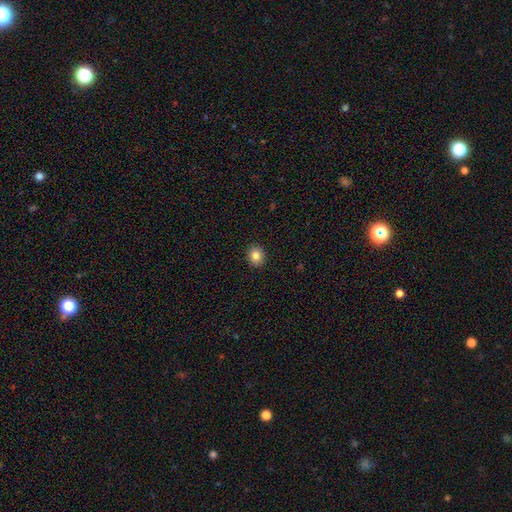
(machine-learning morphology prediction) Smooth or featured?
  - smooth: 83% *
  - star or artifact: 10%
  - featured or disk: 7%
How rounded?
  - round: 72% *
  - in between: 27%
  - cigar-shaped: 1%
Merging?
  - none: 91% *
  - minor disturbance: 6%
  - major disturbance: 2%
  - merger: 1%